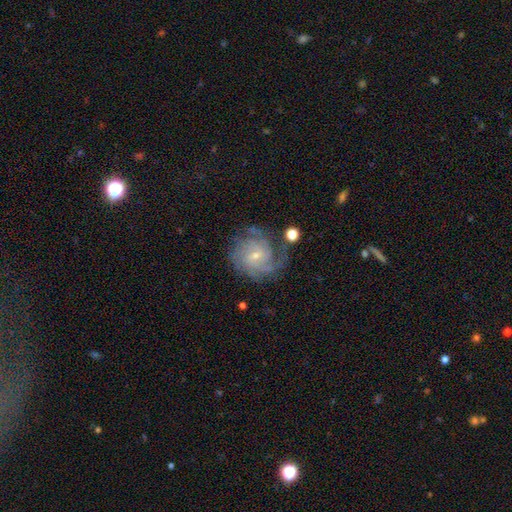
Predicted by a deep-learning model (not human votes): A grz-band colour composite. It shows a featured or disk galaxy (83%) with no bar (52%), tight (61%) spiral arms (96%) and a small central bulge (70%). Merging: none (64%).